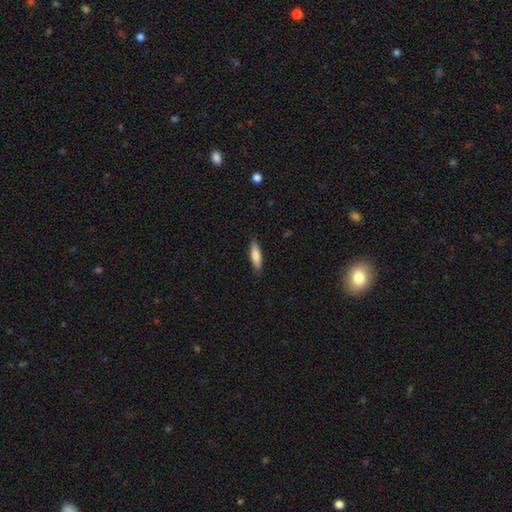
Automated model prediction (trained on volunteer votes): This appears to be a smooth galaxy with no disk features (83%) that is cigar-shaped (63%). Merging: none (86%).